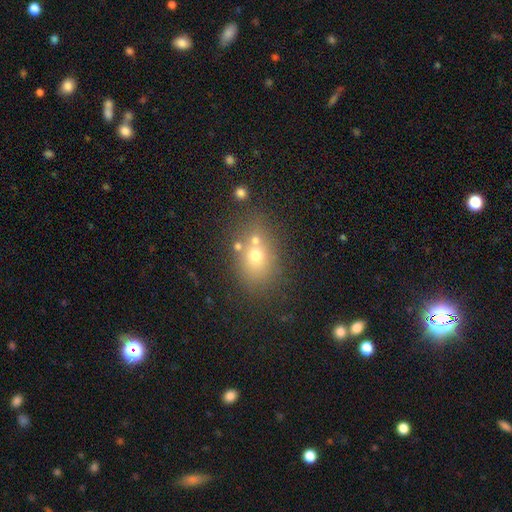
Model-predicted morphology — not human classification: smooth 63%, featured or disk 20%, star or artifact 17%. Down the decision tree: how rounded — in between (55%); merging — none (54%).